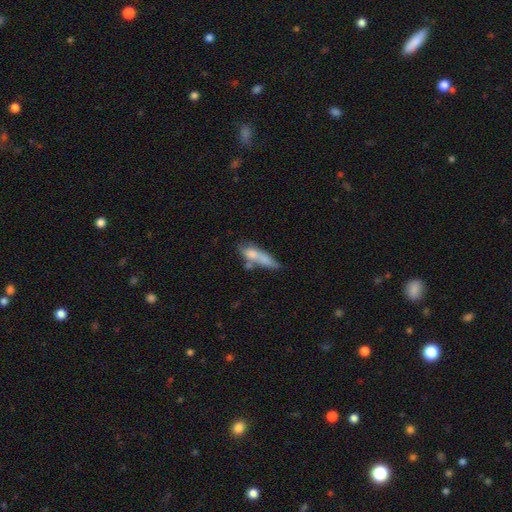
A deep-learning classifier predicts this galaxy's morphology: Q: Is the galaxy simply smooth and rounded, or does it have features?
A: smooth — 65%.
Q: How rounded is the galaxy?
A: cigar-shaped — 57%.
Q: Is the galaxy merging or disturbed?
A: none — 34%.